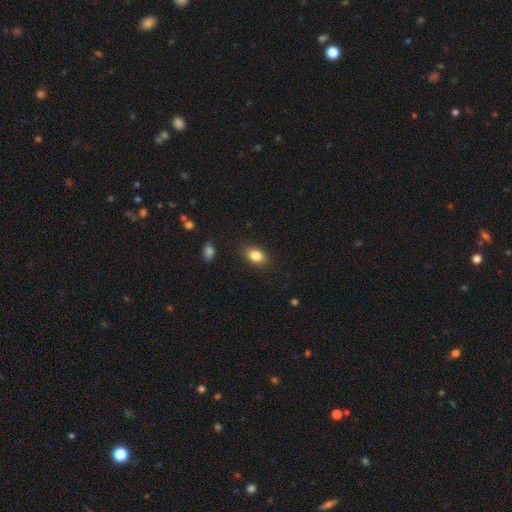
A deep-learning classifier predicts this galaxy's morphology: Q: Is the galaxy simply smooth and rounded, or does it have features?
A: smooth — 84%.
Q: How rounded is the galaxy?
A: in between — 84%.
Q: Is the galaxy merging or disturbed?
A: none — 87%.